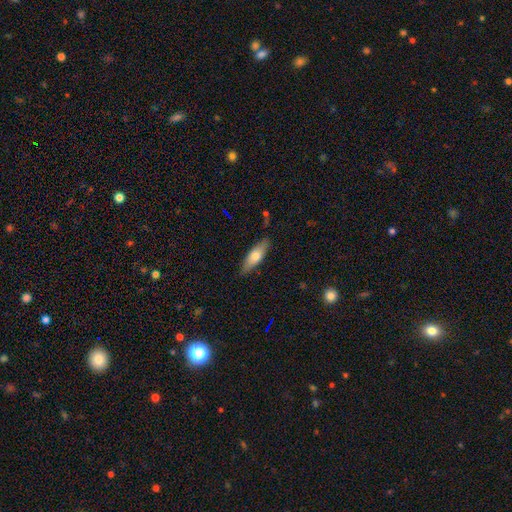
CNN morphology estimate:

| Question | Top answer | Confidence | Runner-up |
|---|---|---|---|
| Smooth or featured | smooth | 67% | featured or disk (27%) |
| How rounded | cigar-shaped | 50% | in between (48%) |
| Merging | none | 85% | minor disturbance (11%) |